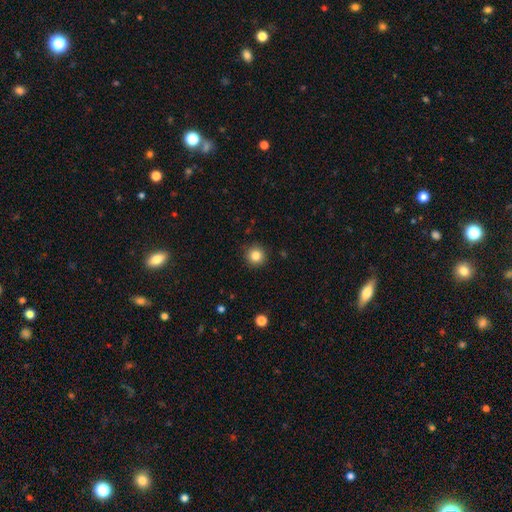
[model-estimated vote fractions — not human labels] smooth-or-featured: smooth: 84% | star or artifact: 11% | featured or disk: 5%
  how-rounded: round: 95% | in between: 5% | cigar-shaped: 1%
  merging: none: 91% | minor disturbance: 6% | major disturbance: 2% | merger: 1%